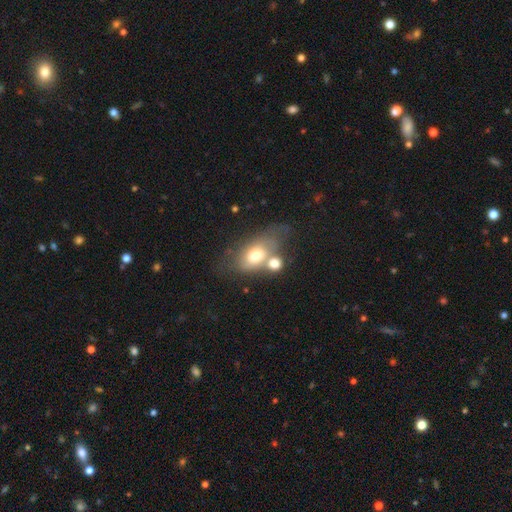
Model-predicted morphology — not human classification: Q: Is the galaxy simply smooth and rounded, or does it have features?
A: smooth — 63%.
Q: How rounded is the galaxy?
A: in between — 80%.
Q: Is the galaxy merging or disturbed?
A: merger — 43%.